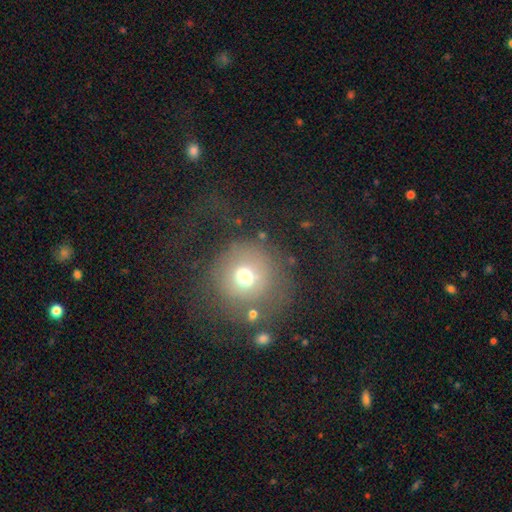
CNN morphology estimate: Smooth or featured: smooth — 61% (featured or disk — 24%)
How rounded: round — 94% (in between — 5%)
Merging: none — 50% (major disturbance — 32%)